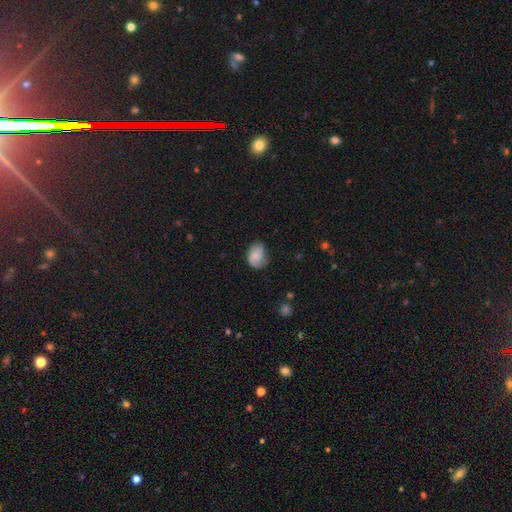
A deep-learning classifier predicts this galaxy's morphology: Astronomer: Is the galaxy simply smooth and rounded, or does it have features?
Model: smooth — 64%.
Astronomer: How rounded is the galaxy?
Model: in between — 65%.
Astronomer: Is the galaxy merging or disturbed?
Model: none — 52% (runner-up: minor disturbance, 33%).